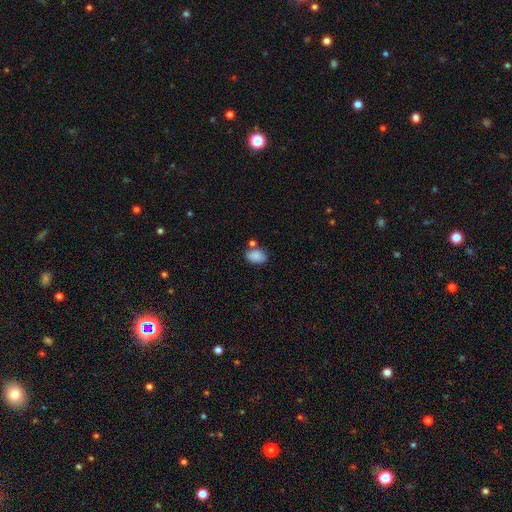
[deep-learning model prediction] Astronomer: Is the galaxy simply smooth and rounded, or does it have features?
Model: smooth — 86%.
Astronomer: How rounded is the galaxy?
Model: in between — 80%.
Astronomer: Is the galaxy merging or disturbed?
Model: none — 61%.